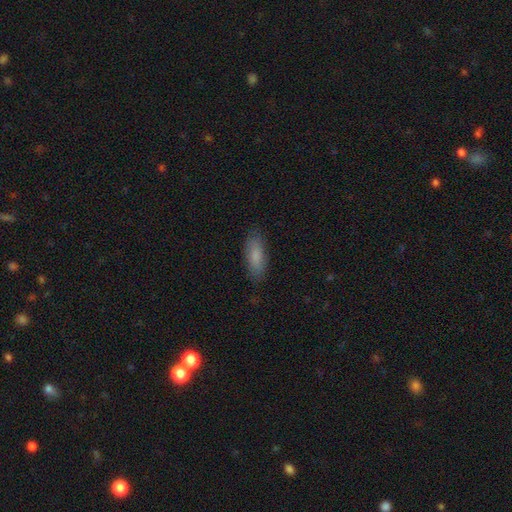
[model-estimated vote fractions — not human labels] This is clearly a smooth galaxy (83%). How rounded: likely in between (67%). Merging: clearly none (84%).